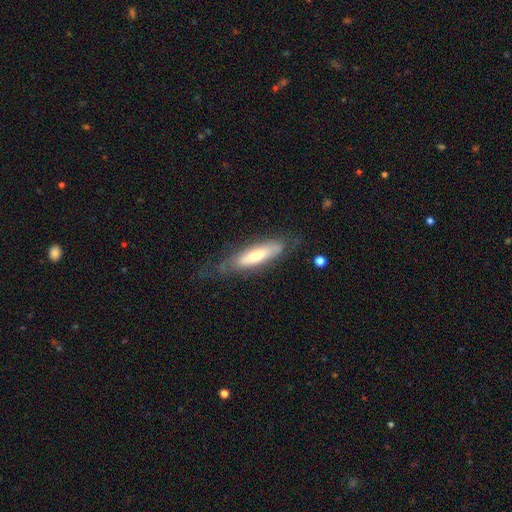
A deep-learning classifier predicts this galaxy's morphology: Overall: smooth (49%; featured or disk 45%). Merging: none (63%).